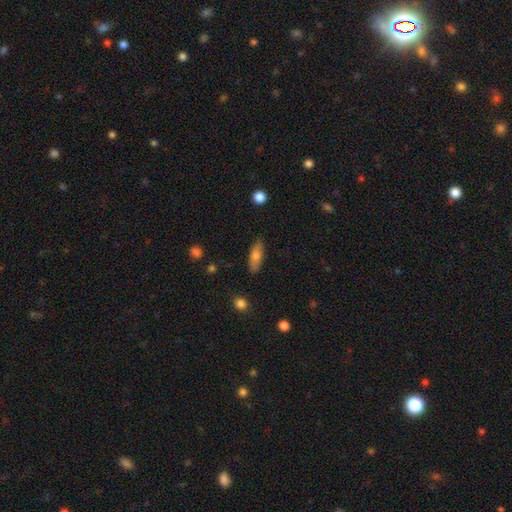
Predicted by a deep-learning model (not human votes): This appears to be a smooth galaxy with no disk features (74%) that is in between round and cigar-shaped (60%). Merging: none (86%).